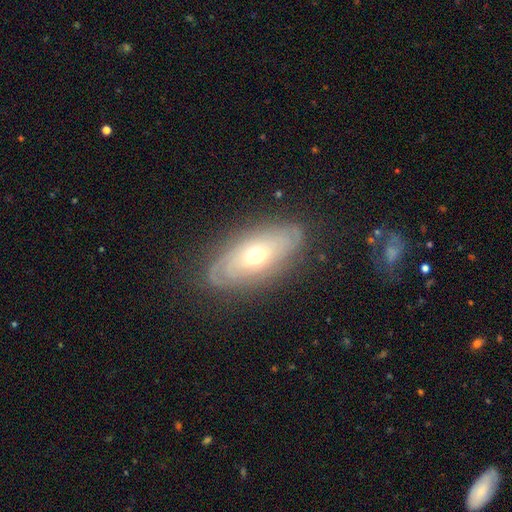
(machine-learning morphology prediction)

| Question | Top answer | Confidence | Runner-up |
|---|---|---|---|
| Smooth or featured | featured or disk | 67% | smooth (25%) |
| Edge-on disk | no | 84% | yes (16%) |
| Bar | no | 81% | weak (15%) |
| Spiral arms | yes | 71% | no (29%) |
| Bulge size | moderate | 66% | small (27%) |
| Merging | none | 79% | minor disturbance (15%) |